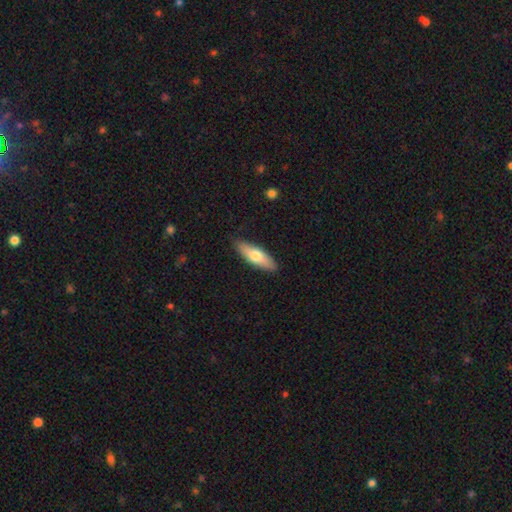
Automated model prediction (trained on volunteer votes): A smooth galaxy with no disk features (65%) that is in between round and cigar-shaped (51%).

Vote fractions:
- Smooth or featured? smooth: 65% / featured or disk: 30% / star or artifact: 5%
- How rounded? in between: 51% / cigar-shaped: 47% / round: 2%
- Merging? none: 87% / minor disturbance: 10% / major disturbance: 2% / merger: 1%